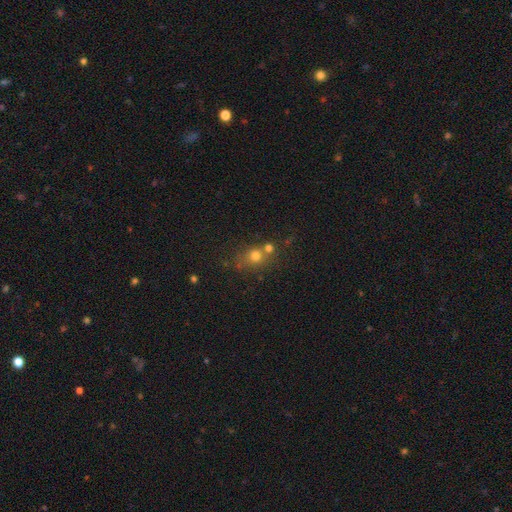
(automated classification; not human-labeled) Smooth or featured? Predicted: smooth (p=0.69). How rounded? Predicted: round (p=0.73). Merging? Predicted: none (p=0.47).